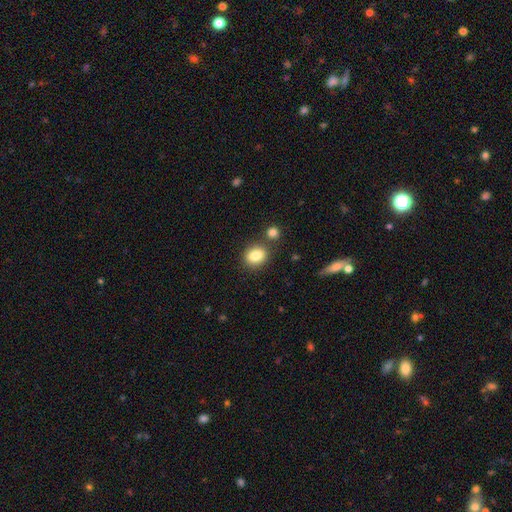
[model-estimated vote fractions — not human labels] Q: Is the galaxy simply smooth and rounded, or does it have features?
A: smooth — 84%.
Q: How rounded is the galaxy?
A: round — 54%.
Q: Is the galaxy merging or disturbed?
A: none — 75%.